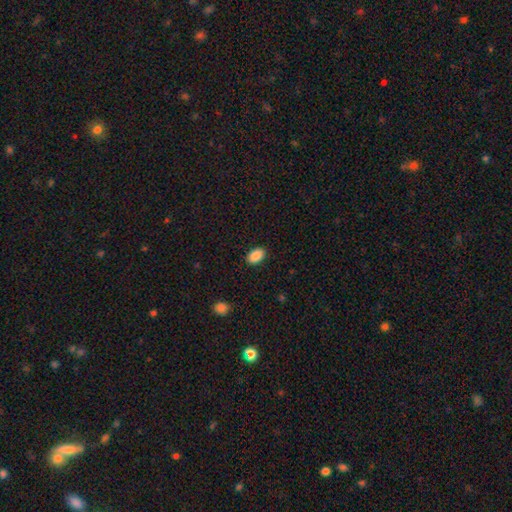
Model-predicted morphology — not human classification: Smooth or featured? smooth (89%)
How rounded? in between (91%)
Merging? none (89%)